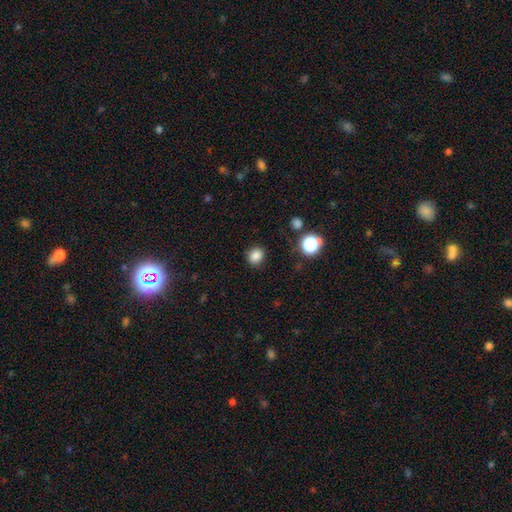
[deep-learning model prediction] Smooth or featured: smooth — 83% (star or artifact — 13%)
How rounded: round — 75% (in between — 24%)
Merging: none — 87% (minor disturbance — 8%)